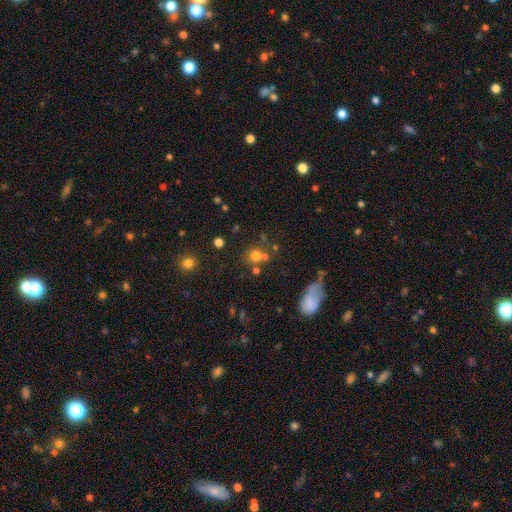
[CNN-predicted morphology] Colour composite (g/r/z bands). It shows a smooth galaxy with no disk features (68%) that is round (82%). Merging: none (56%).